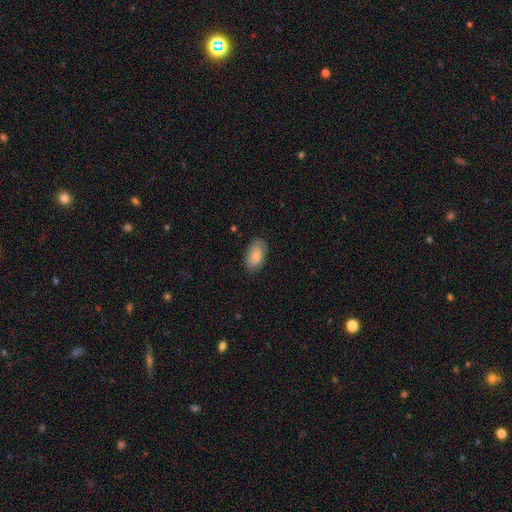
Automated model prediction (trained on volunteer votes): Smooth or featured?
  - smooth: 82% *
  - featured or disk: 12%
  - star or artifact: 6%
How rounded?
  - in between: 93% *
  - round: 5%
  - cigar-shaped: 2%
Merging?
  - none: 80% *
  - minor disturbance: 16%
  - major disturbance: 3%
  - merger: 1%